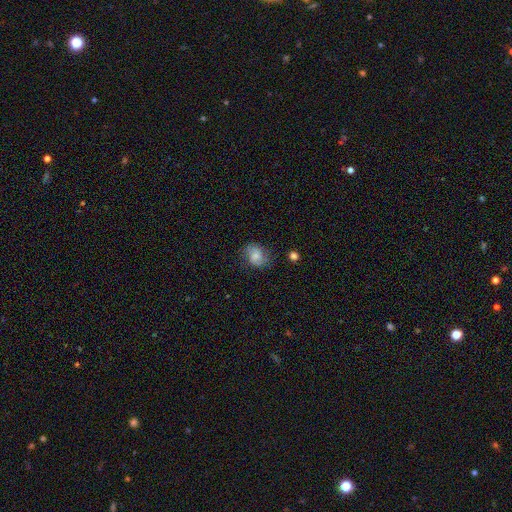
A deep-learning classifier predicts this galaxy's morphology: smooth-or-featured: smooth: 62% | featured or disk: 28% | star or artifact: 9%
  how-rounded: in between: 59% | round: 40% | cigar-shaped: 1%
  merging: none: 66% | minor disturbance: 24% | major disturbance: 8% | merger: 2%